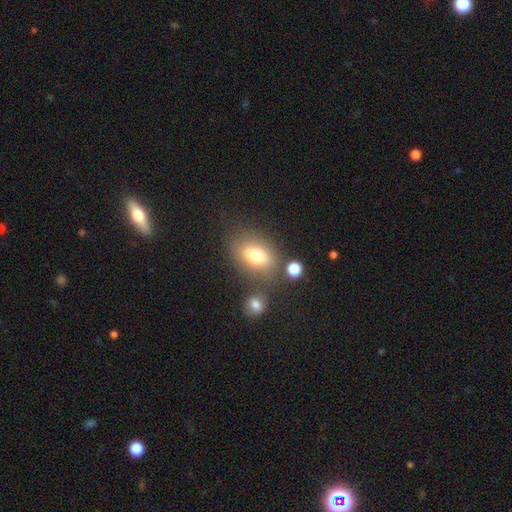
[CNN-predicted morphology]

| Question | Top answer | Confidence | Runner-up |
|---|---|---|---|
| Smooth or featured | smooth | 75% | featured or disk (14%) |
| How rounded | in between | 75% | round (23%) |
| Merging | none | 67% | minor disturbance (14%) |